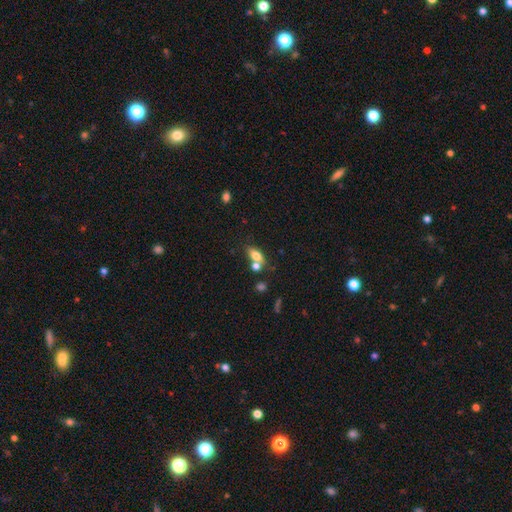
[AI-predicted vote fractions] This appears to be a smooth galaxy with no disk features (72%) that is in between round and cigar-shaped (79%). Merging: none (49%).